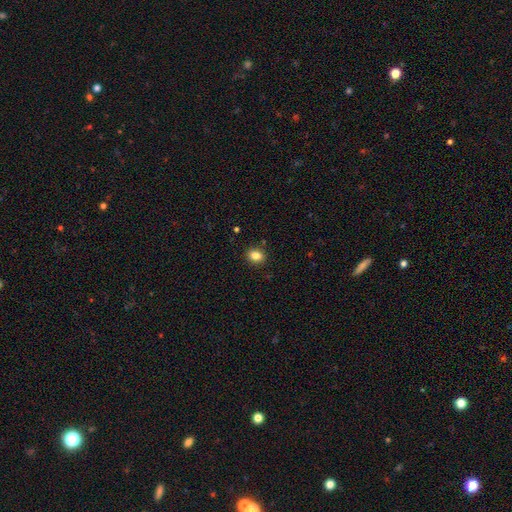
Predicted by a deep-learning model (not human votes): smooth 84%, star or artifact 11%, featured or disk 6%. Down the decision tree: how rounded — round (54%); merging — none (89%).